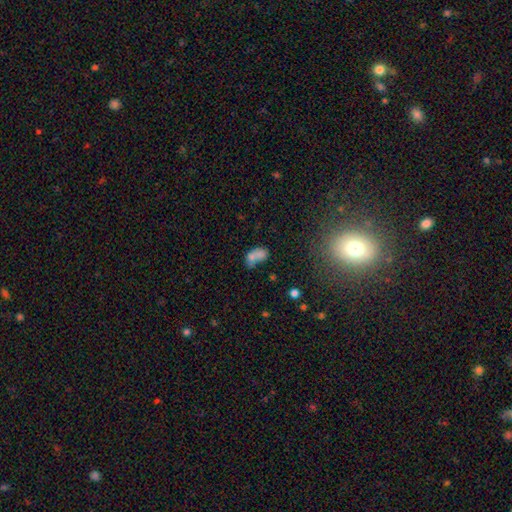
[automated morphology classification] A smooth galaxy with no disk features (69%) that is in between round and cigar-shaped (81%). Merging: merger (52%).